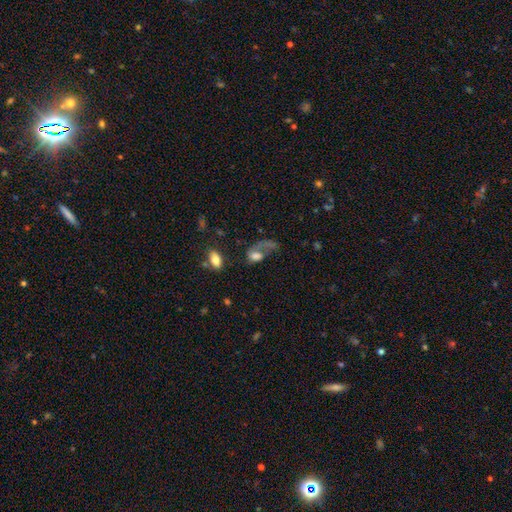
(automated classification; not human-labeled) Smooth or featured? Predicted: smooth (p=0.54). How rounded? Predicted: in between (p=0.77). Merging? Predicted: major disturbance (p=0.54).